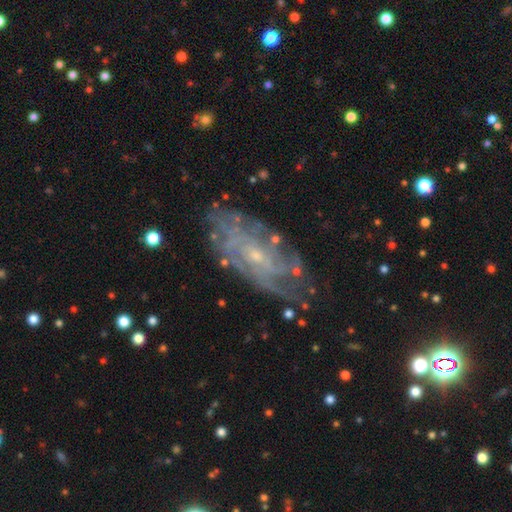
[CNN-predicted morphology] The model was most divided on "spiral winding": tight: 59%, medium: 30%, loose: 11%. More confident: edge-on disk — no (92%); spiral arms — yes (84%); smooth or featured — featured or disk (80%); bulge size — small (76%); merging — none (73%); bar — no (71%); spiral arm count — can't tell (57%).